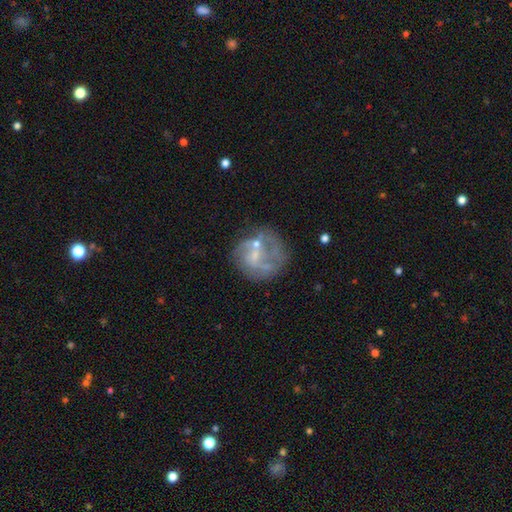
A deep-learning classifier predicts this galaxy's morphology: Smooth or featured?
  - featured or disk: 66% *
  - smooth: 24%
  - star or artifact: 10%
Edge-on disk?
  - no: 98% *
  - yes: 2%
Bar?
  - no: 61% *
  - weak: 31%
  - strong: 8%
Spiral arms?
  - yes: 50% * (tied)
  - no: 50% * (tied)
Bulge size?
  - small: 52% *
  - none: 26%
  - moderate: 20%
  - large: 2%
  - dominant: 1%
Merging?
  - none: 48% *
  - major disturbance: 21%
  - minor disturbance: 18%
  - merger: 13%